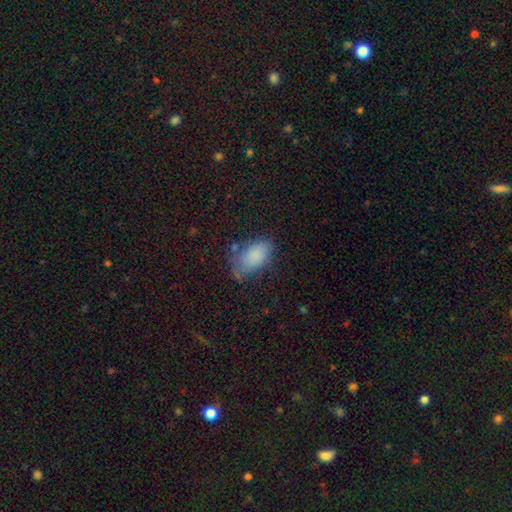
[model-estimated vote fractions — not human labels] smooth-or-featured: smooth: 83% | featured or disk: 8% | star or artifact: 8%
  how-rounded: in between: 92% | round: 6% | cigar-shaped: 2%
  merging: none: 56% | minor disturbance: 29% | major disturbance: 11% | merger: 4%